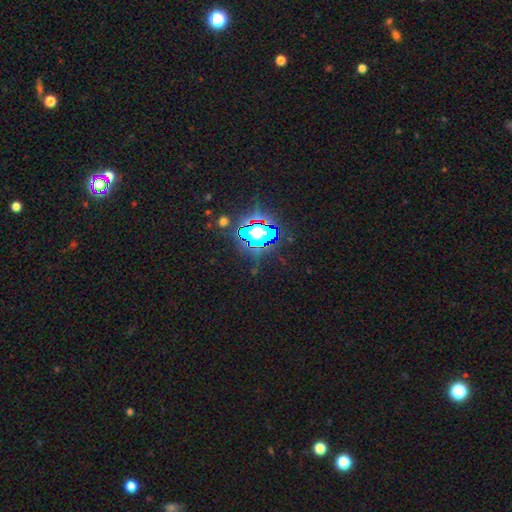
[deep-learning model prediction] Smooth or featured? star or artifact (77%)